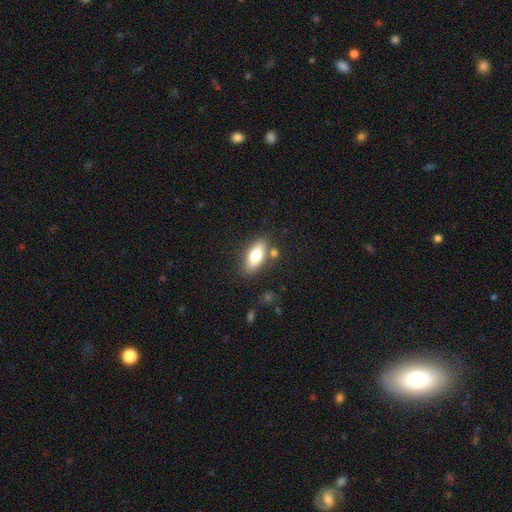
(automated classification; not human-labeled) Smooth or featured: smooth — 72% (featured or disk — 21%)
How rounded: in between — 82% (cigar-shaped — 14%)
Merging: none — 78% (minor disturbance — 12%)